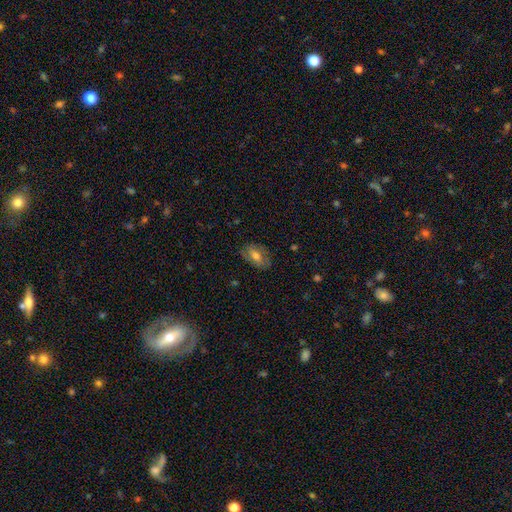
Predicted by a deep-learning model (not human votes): Smooth or featured? Predicted: smooth (p=0.56). How rounded? Predicted: in between (p=0.87). Merging? Predicted: none (p=0.76).